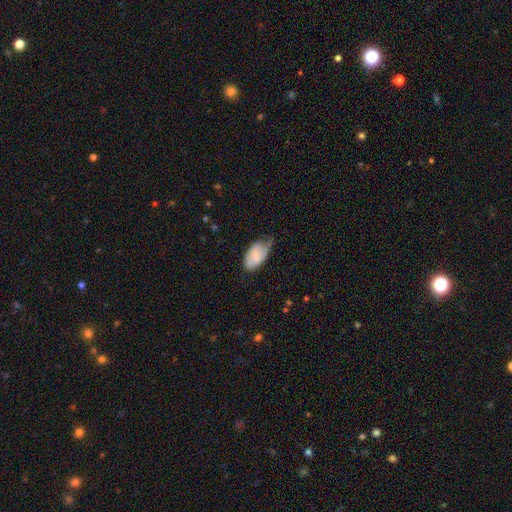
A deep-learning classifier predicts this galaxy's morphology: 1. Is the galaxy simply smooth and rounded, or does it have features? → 59% smooth, 34% featured or disk, 6% star or artifact.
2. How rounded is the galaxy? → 93% in between, 5% round, 2% cigar-shaped.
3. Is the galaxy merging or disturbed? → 44% minor disturbance, 35% none, 19% major disturbance, 2% merger.